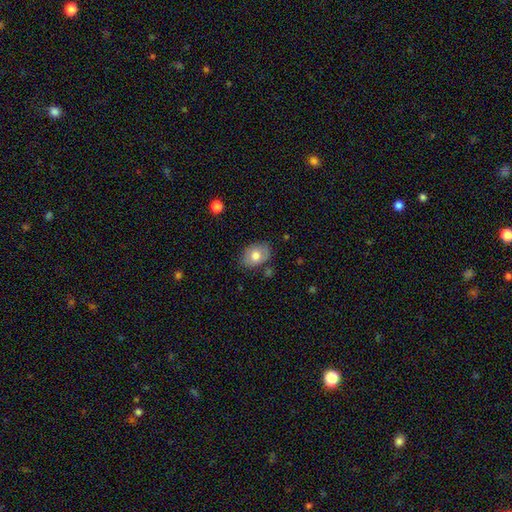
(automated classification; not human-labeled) smooth_or_featured: smooth (p=0.71) [alt: featured or disk p=0.22]
how_rounded: in between (p=0.76) [alt: round p=0.23]
merging: none (p=0.78) [alt: minor disturbance p=0.16]